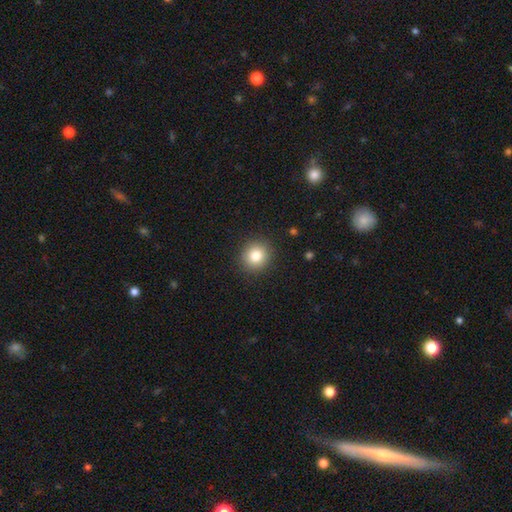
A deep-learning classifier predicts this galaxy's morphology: Overall: smooth (81%). How rounded: round (89%). Merging: none (91%).